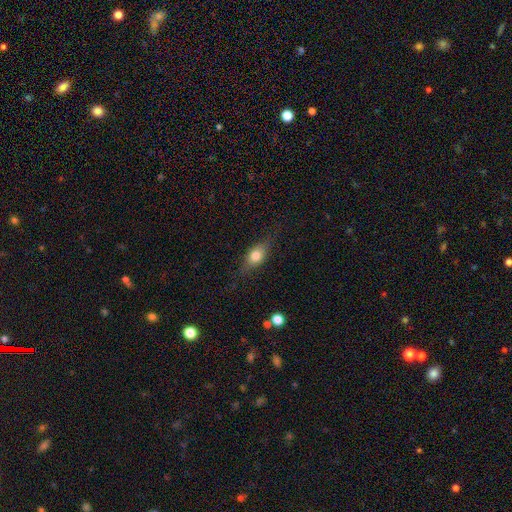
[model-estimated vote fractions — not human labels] Smooth or featured? smooth (67%)
How rounded? in between (70%)
Merging? none (74%)